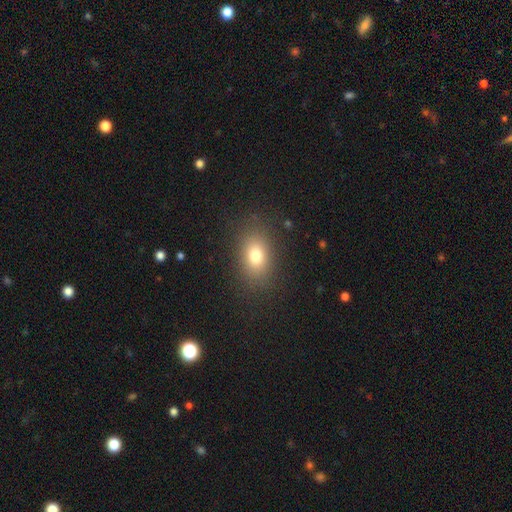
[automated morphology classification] This is likely a smooth galaxy (77%). How rounded: likely in between (79%). Merging: clearly none (85%).